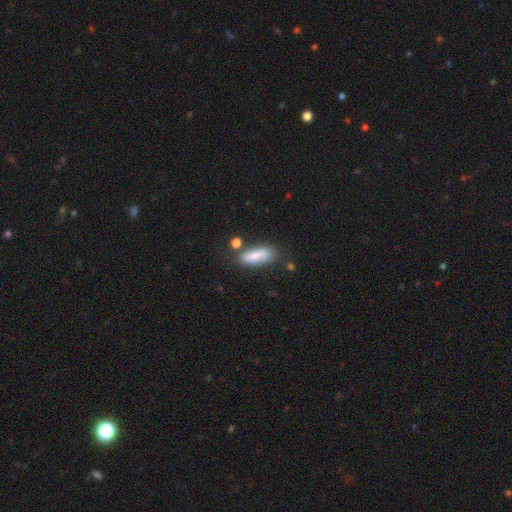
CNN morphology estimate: Q: Smooth or featured?
A: smooth (81%); runner-up: featured or disk (12%)
Q: How rounded?
A: in between (69%); runner-up: cigar-shaped (28%)
Q: Merging?
A: none (65%); runner-up: minor disturbance (19%)